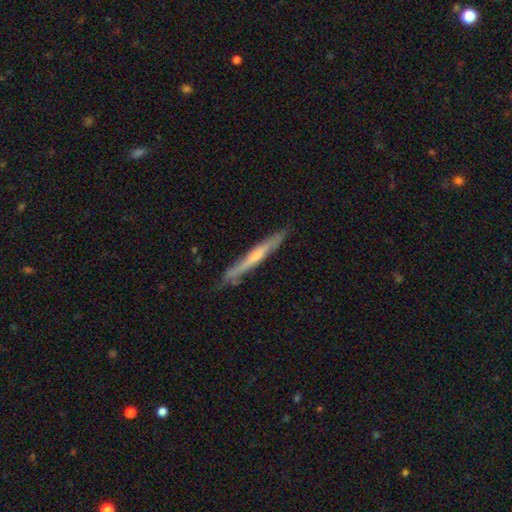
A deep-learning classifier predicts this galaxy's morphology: This is likely a featured or disk galaxy (60%). It is clearly viewed edge-on (93%). Edge-on bulge: possibly rounded (51%). Merging: likely none (77%).